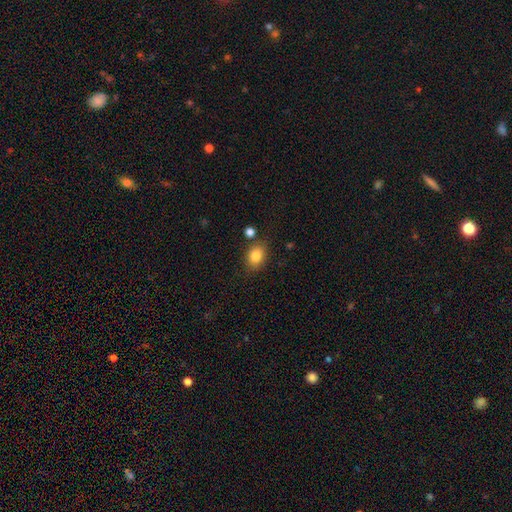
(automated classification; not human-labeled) Smooth or featured? smooth (83%)
How rounded? in between (63%)
Merging? none (79%)